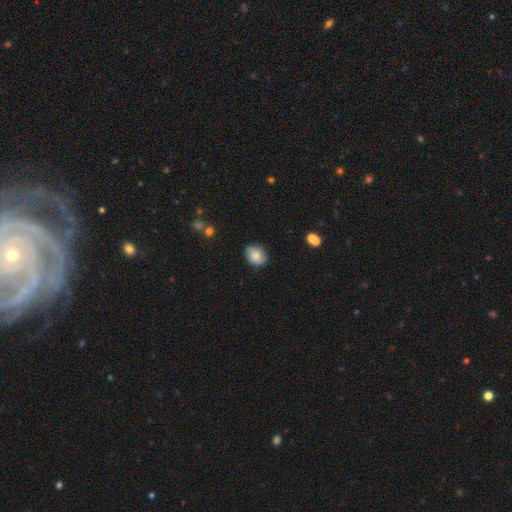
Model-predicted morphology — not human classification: Q: Smooth or featured?
A: smooth (83%); runner-up: featured or disk (9%)
Q: How rounded?
A: in between (60%); runner-up: round (39%)
Q: Merging?
A: none (84%); runner-up: minor disturbance (12%)